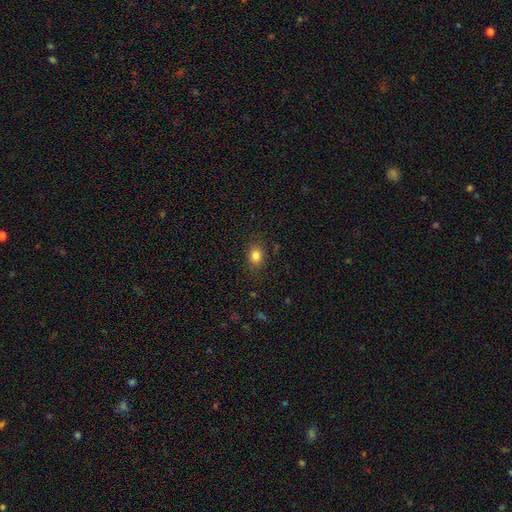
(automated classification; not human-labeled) Morphology: type=smooth (82%); roundness=in between (56%); merging=none (84%).